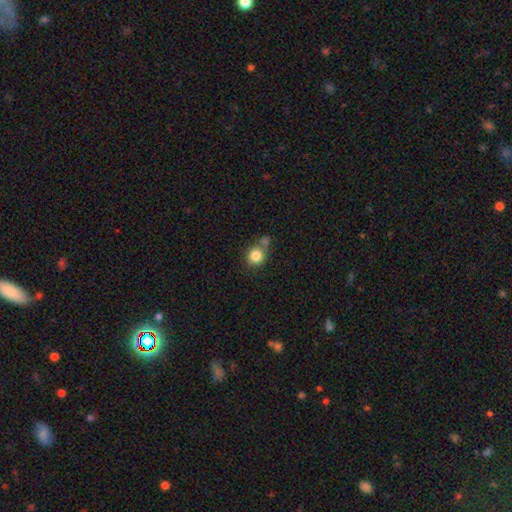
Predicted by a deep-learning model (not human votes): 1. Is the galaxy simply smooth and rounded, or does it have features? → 83% smooth, 10% star or artifact, 7% featured or disk.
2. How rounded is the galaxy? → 87% round, 12% in between, 1% cigar-shaped.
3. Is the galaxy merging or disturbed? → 51% none, 31% merger, 13% minor disturbance, 5% major disturbance.